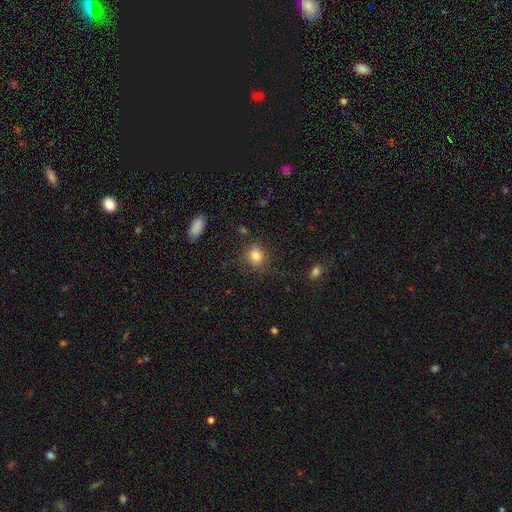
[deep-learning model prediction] smooth_or_featured: smooth (p=0.82) [alt: star or artifact p=0.11]
how_rounded: round (p=0.73) [alt: in between p=0.26]
merging: none (p=0.80) [alt: minor disturbance p=0.13]